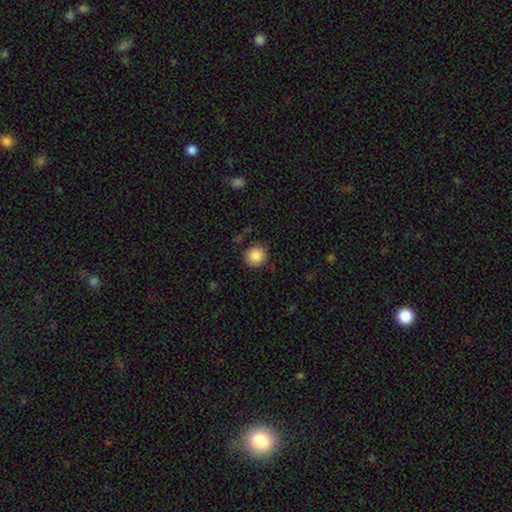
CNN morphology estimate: This appears to be a smooth galaxy with no disk features (88%) that is round (89%). Merging: none (87%).